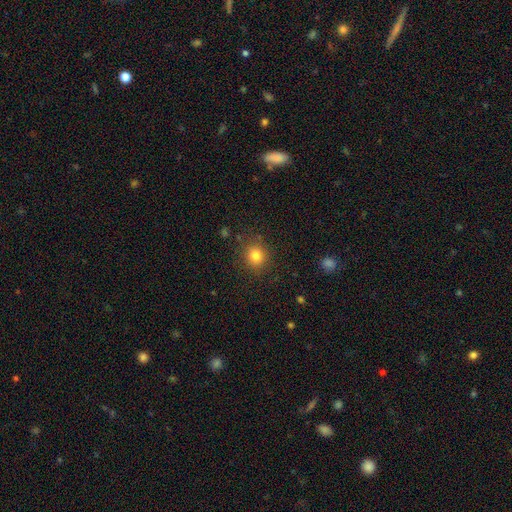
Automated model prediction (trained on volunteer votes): This appears to be a smooth galaxy with no disk features (81%) that is round (85%). Merging: none (87%).